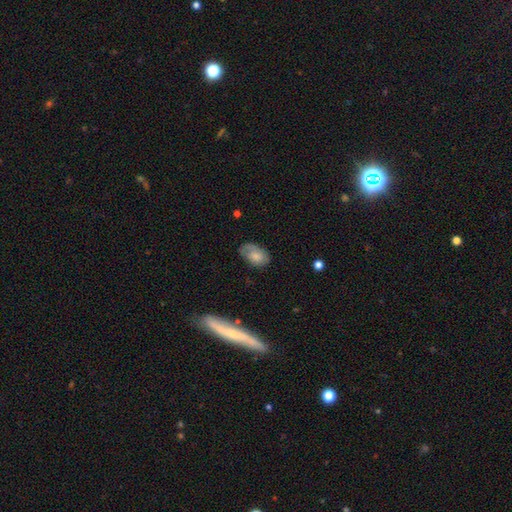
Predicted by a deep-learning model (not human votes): Smooth or featured?
  - smooth: 64% *
  - featured or disk: 28%
  - star or artifact: 8%
How rounded?
  - in between: 89% *
  - round: 9%
  - cigar-shaped: 2%
Merging?
  - none: 60% *
  - minor disturbance: 27%
  - major disturbance: 11%
  - merger: 2%